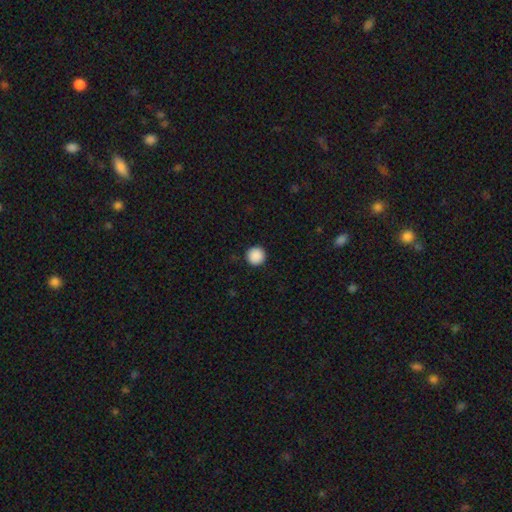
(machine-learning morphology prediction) Smooth or featured: smooth — 90% (star or artifact — 8%)
How rounded: round — 96% (in between — 3%)
Merging: none — 93% (minor disturbance — 5%)